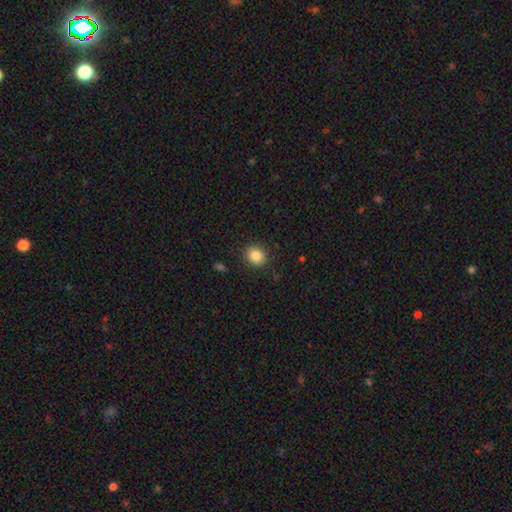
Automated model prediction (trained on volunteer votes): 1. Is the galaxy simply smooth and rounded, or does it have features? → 85% smooth, 10% star or artifact, 5% featured or disk.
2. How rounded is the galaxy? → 75% round, 24% in between, 1% cigar-shaped.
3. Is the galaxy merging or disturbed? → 88% none, 8% minor disturbance, 3% major disturbance, 1% merger.